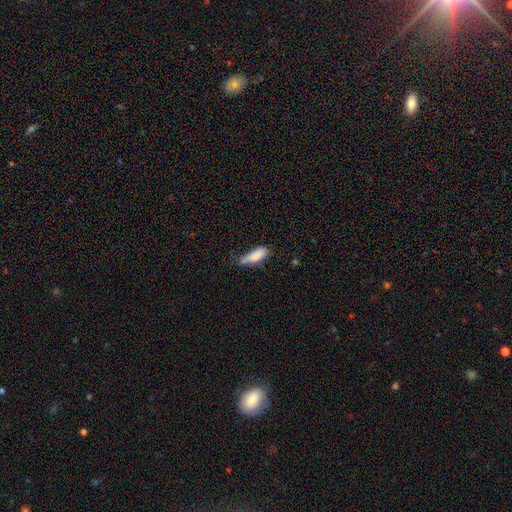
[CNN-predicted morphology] Smooth or featured: smooth — 81% (featured or disk — 13%)
How rounded: in between — 54% (cigar-shaped — 44%)
Merging: none — 45% (minor disturbance — 40%)